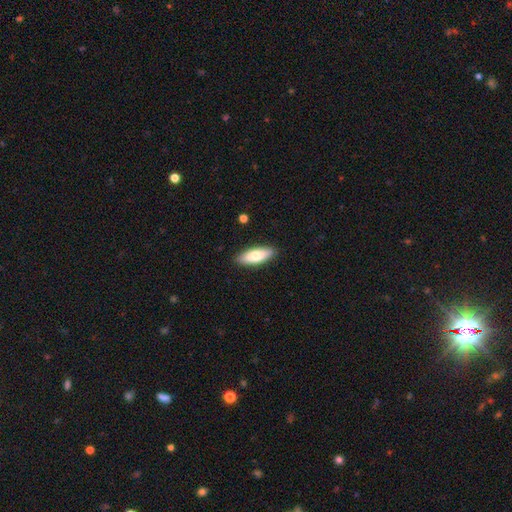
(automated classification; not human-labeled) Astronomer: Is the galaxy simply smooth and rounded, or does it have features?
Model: smooth — 74%.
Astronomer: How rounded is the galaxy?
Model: in between — 64%.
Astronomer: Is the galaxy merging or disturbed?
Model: none — 89%.